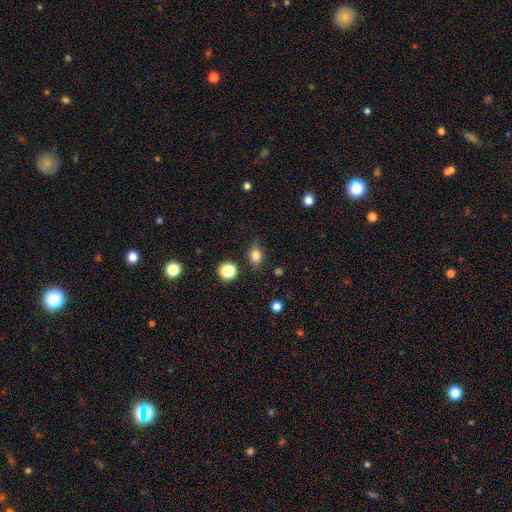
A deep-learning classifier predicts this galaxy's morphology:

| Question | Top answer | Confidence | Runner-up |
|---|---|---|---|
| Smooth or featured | smooth | 78% | star or artifact (12%) |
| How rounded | in between | 60% | round (37%) |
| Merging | none | 77% | minor disturbance (16%) |